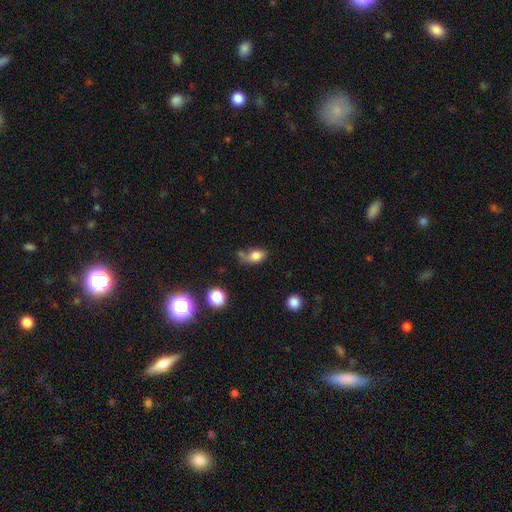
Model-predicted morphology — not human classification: smooth 81%, star or artifact 10%, featured or disk 8%. Down the decision tree: how rounded — in between (80%); merging — none (48%).